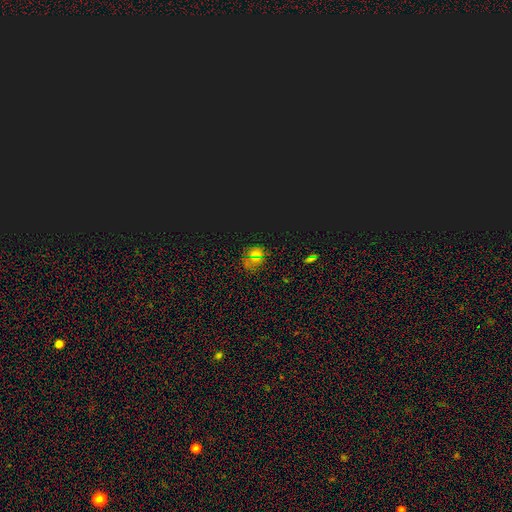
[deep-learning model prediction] Smooth or featured: star or artifact — 57% (smooth — 36%)